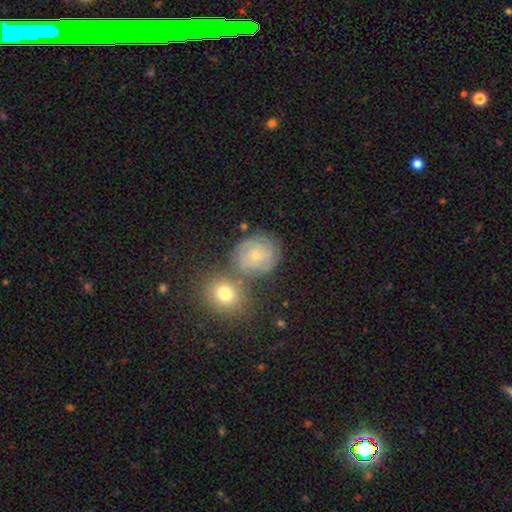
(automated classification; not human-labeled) Smooth or featured: featured or disk — 57% (smooth — 30%)
Edge-on disk: no — 97% (yes — 3%)
Bar: no — 78% (weak — 19%)
Spiral arms: yes — 88% (no — 12%)
Bulge size: small — 77% (moderate — 18%)
Merging: none — 67% (minor disturbance — 15%)